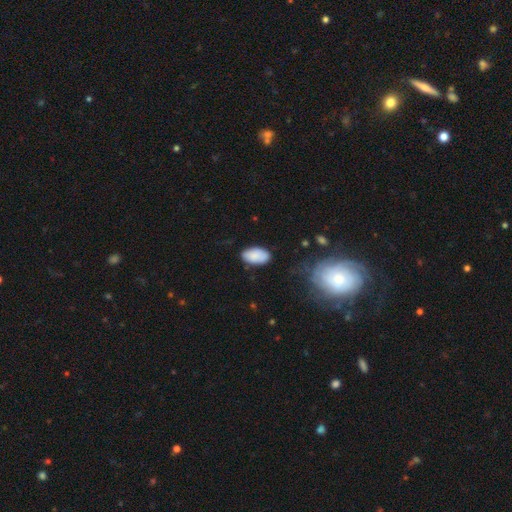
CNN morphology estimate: The model was most divided on "merging": none: 78%, minor disturbance: 17%, major disturbance: 4%, merger: 2%. More confident: how rounded — in between (94%); smooth or featured — smooth (86%).